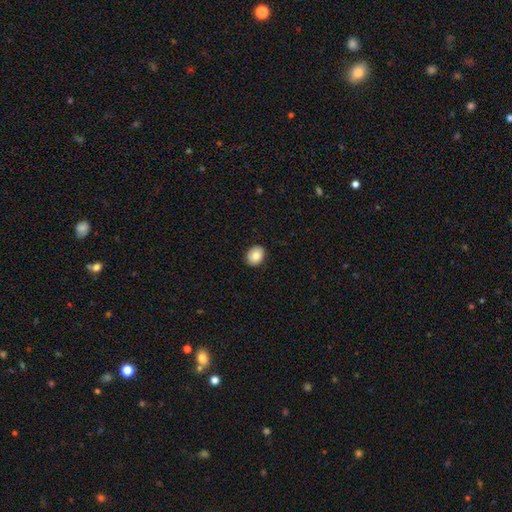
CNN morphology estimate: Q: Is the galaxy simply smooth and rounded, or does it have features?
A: smooth — 83%.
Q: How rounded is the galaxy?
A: round — 54%.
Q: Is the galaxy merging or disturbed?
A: none — 89%.